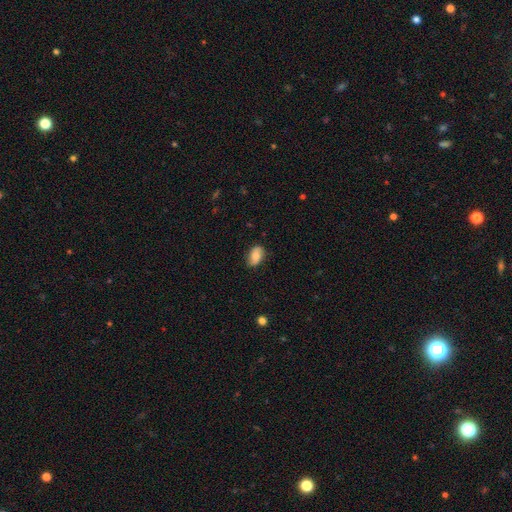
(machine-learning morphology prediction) Smooth or featured?
  - smooth: 65% *
  - featured or disk: 27%
  - star or artifact: 8%
How rounded?
  - in between: 89% *
  - round: 9%
  - cigar-shaped: 2%
Merging?
  - none: 80% *
  - minor disturbance: 16%
  - major disturbance: 3%
  - merger: 1%